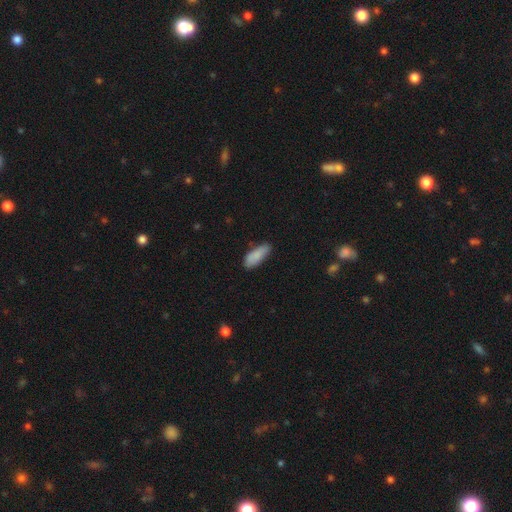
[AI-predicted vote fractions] Overall: smooth (86%). How rounded: in between (71%). Merging: none (75%).